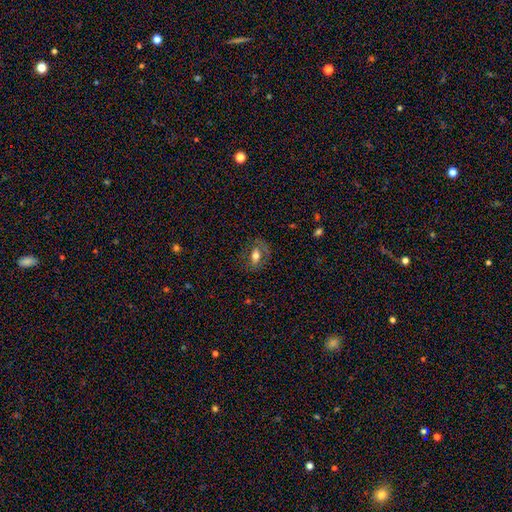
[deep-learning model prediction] A smooth galaxy with no disk features (55%) that is in between round and cigar-shaped (77%). Merging: none (72%).